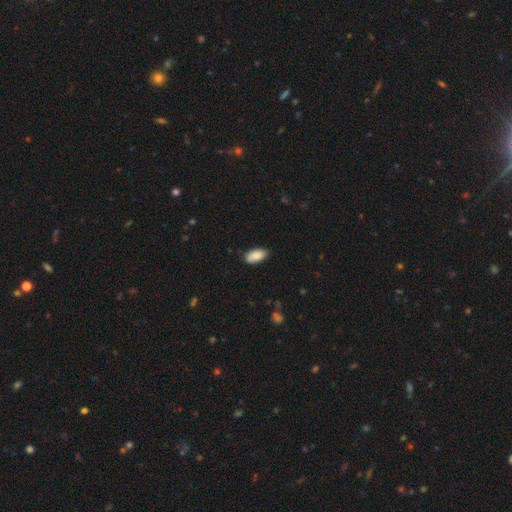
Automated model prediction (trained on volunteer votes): smooth 86%, featured or disk 8%, star or artifact 6%. Down the decision tree: how rounded — in between (93%); merging — none (79%).